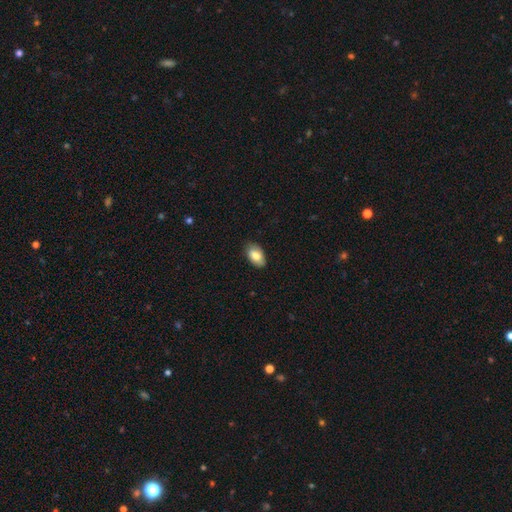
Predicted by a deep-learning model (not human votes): Smooth or featured: smooth — 79% (featured or disk — 14%)
How rounded: in between — 93% (round — 6%)
Merging: none — 84% (minor disturbance — 13%)